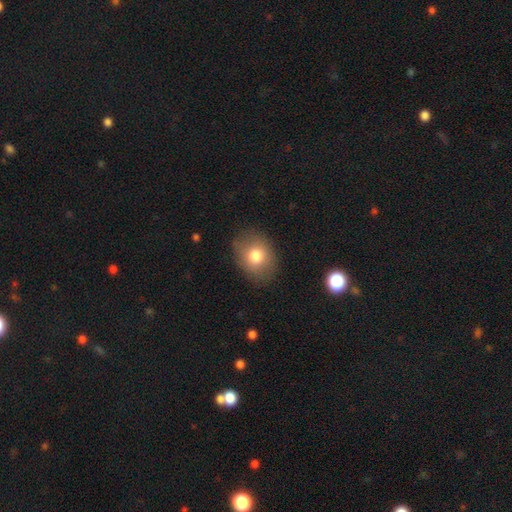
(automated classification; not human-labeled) Smooth or featured? Predicted: smooth (p=0.78). How rounded? Predicted: in between (p=0.55). Merging? Predicted: none (p=0.82).